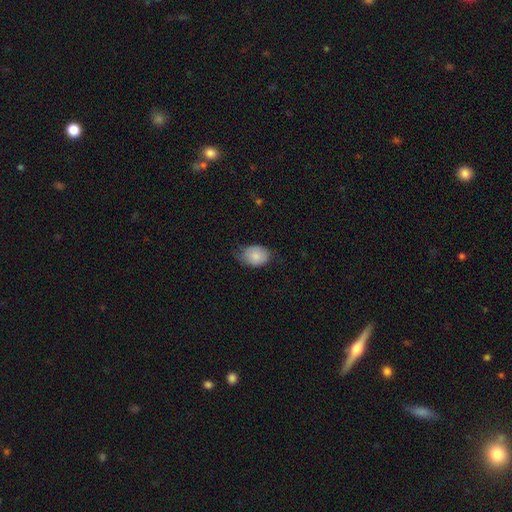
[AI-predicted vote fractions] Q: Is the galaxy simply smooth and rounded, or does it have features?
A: smooth — 84%.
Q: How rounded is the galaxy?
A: in between — 74%.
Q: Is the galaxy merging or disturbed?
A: none — 58%.